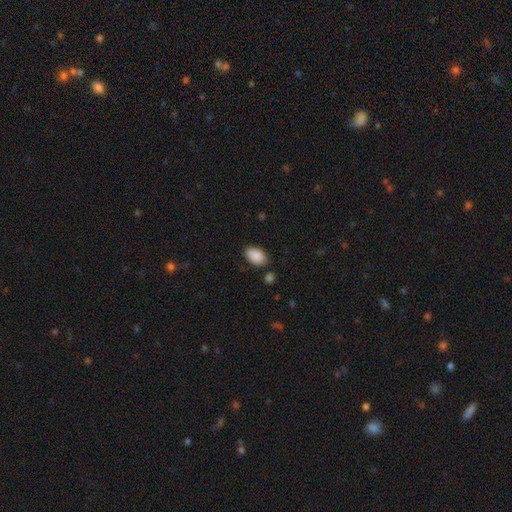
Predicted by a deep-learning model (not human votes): Q: Smooth or featured?
A: smooth (90%); runner-up: star or artifact (7%)
Q: How rounded?
A: in between (92%); runner-up: round (7%)
Q: Merging?
A: none (81%); runner-up: minor disturbance (13%)